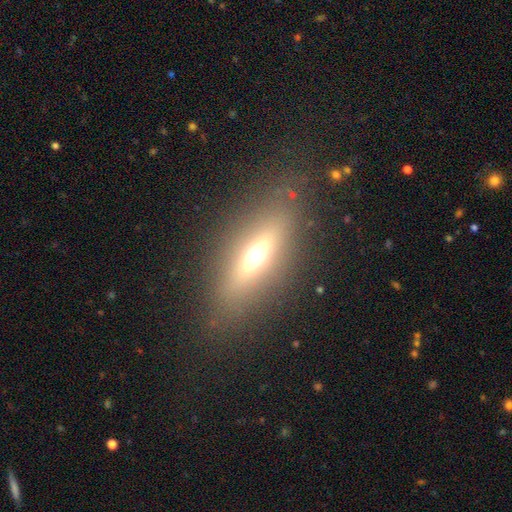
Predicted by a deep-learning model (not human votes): The model was most divided on "smooth or featured": smooth: 46%, featured or disk: 39%, star or artifact: 15%. More confident: merging — none (82%).